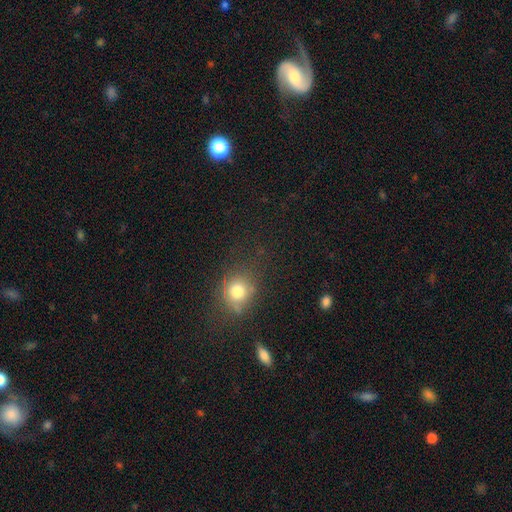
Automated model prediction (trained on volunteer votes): smooth 61%, star or artifact 26%, featured or disk 13%. Down the decision tree: how rounded — round (72%); merging — none (82%).